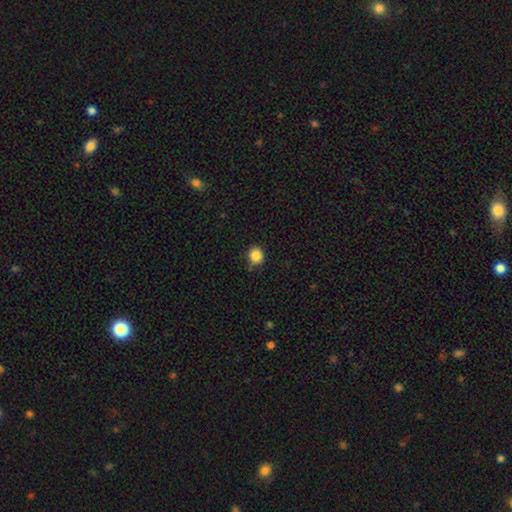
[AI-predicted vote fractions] A smooth galaxy with no disk features (85%) that is round (79%). Merging: none (84%).